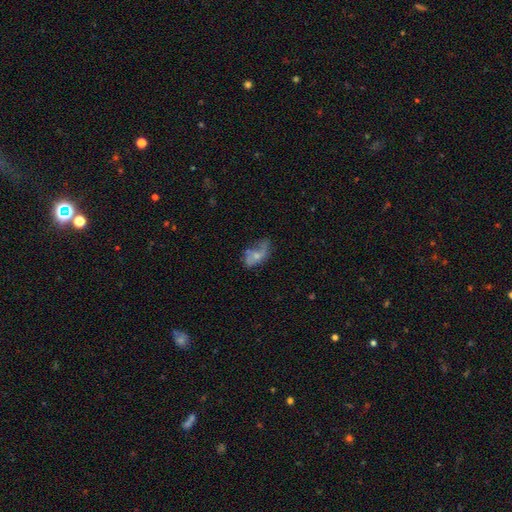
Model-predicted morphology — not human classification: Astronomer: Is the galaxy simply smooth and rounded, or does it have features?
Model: featured or disk — 47% (runner-up: smooth, 43%).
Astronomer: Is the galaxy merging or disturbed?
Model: none — 35% (runner-up: minor disturbance, 31%).